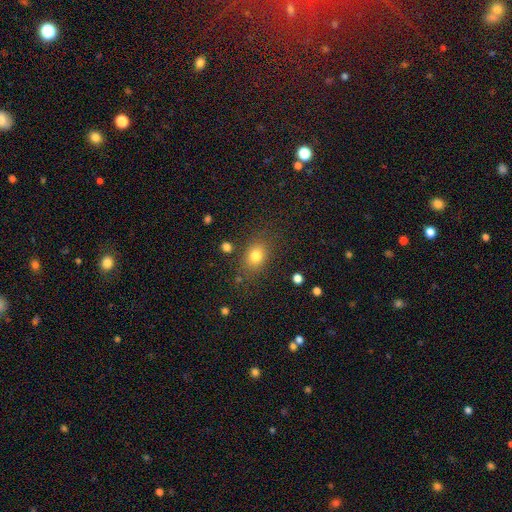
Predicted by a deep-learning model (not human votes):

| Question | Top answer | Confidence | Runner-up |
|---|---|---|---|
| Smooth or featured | smooth | 79% | star or artifact (12%) |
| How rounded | in between | 62% | round (37%) |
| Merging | none | 77% | minor disturbance (14%) |